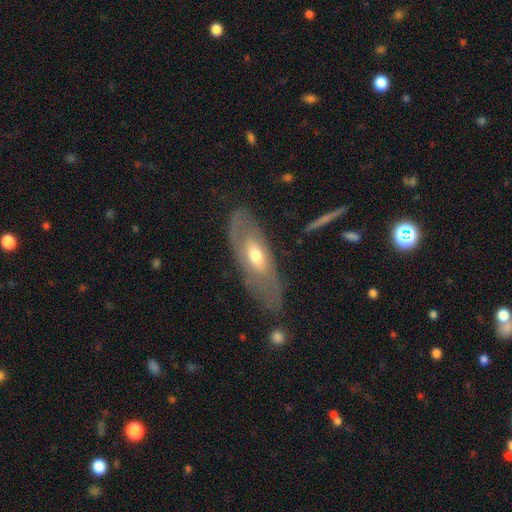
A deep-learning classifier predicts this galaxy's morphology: featured or disk 60%, smooth 34%, star or artifact 6%. Down the decision tree: edge-on disk — no (75%); merging — none (70%).